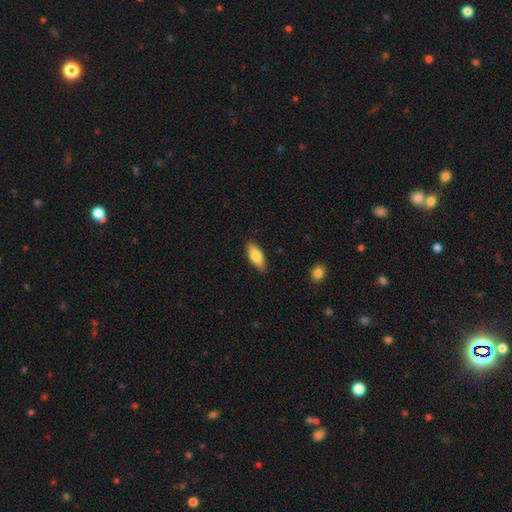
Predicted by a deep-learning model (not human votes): Morphology: type=smooth (78%); roundness=in between (77%); merging=none (87%).